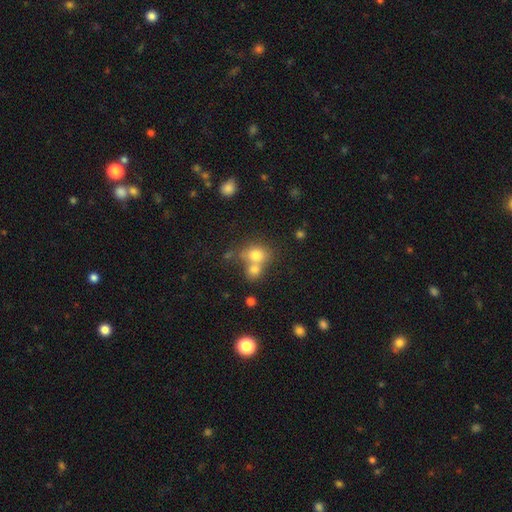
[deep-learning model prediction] Morphology: type=smooth (75%); roundness=round (59%); merging=merger (54%).